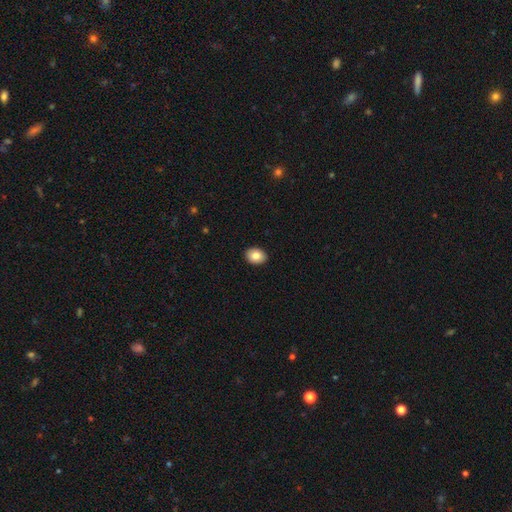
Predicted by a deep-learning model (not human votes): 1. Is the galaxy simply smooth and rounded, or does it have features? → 85% smooth, 8% star or artifact, 7% featured or disk.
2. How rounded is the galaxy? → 64% in between, 35% round, 1% cigar-shaped.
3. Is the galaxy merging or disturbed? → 92% none, 6% minor disturbance, 1% major disturbance, 1% merger.